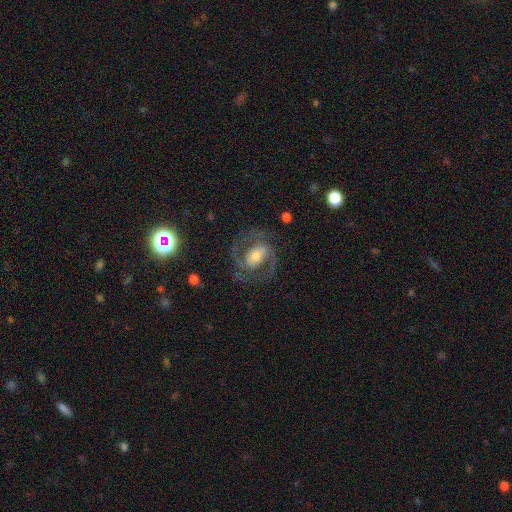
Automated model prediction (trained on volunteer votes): This appears to be a featured or disk galaxy (77%) with a weak bar (36%), 2 (86%) medium (55%) spiral arms (84%) and a moderate central bulge (53%). Merging: none (72%).